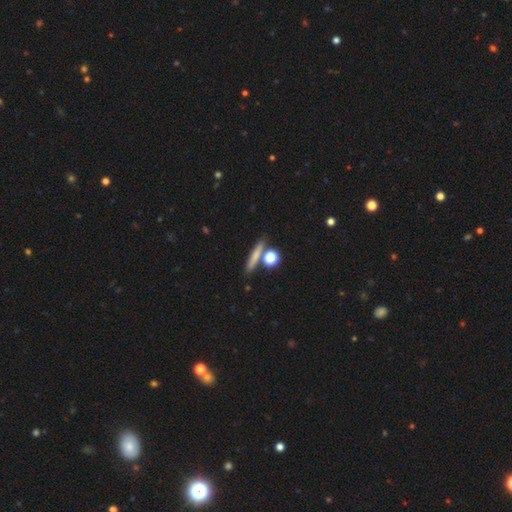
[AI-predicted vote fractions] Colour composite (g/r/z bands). It shows a smooth galaxy with no disk features (68%) that is cigar-shaped (65%). Merging: none (74%).